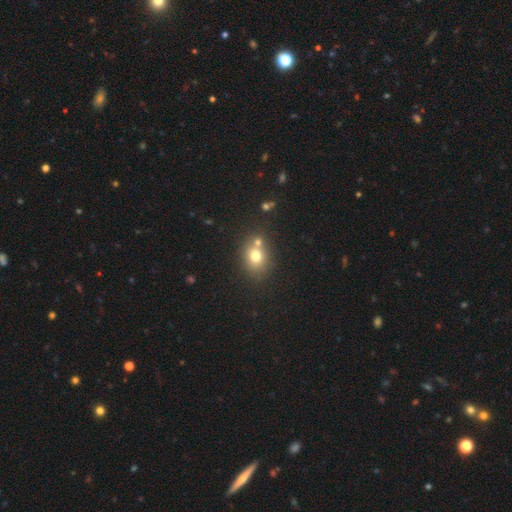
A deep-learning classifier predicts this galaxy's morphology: This is likely a smooth galaxy (74%). How rounded: possibly round (59%). Merging: possibly none (57%).